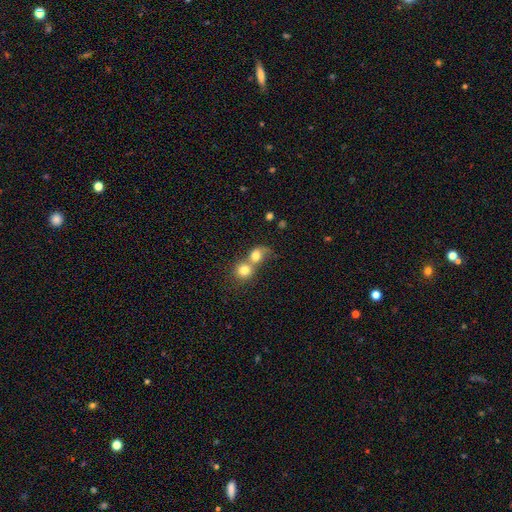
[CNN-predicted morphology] A smooth galaxy with no disk features (74%) that is round (71%). Merging: merger (68%).